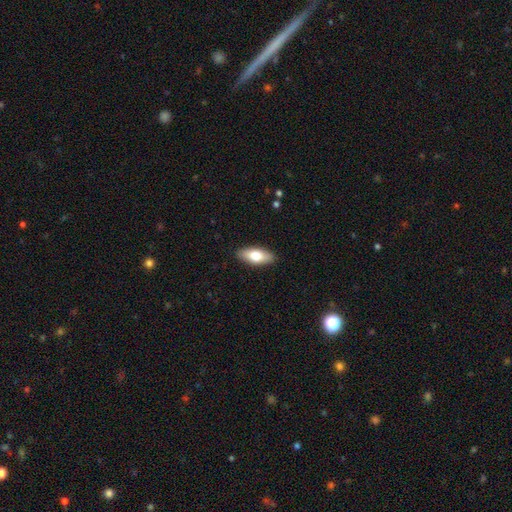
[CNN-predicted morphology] type=smooth (73%); roundness=in between (81%); merging=none (90%).